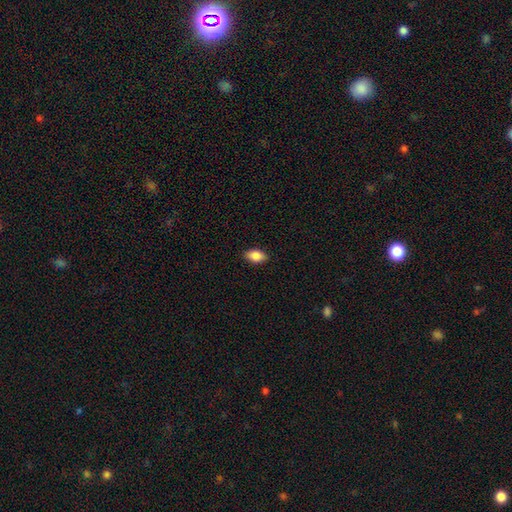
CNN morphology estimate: Overall: smooth (86%). How rounded: in between (90%). Merging: none (88%).